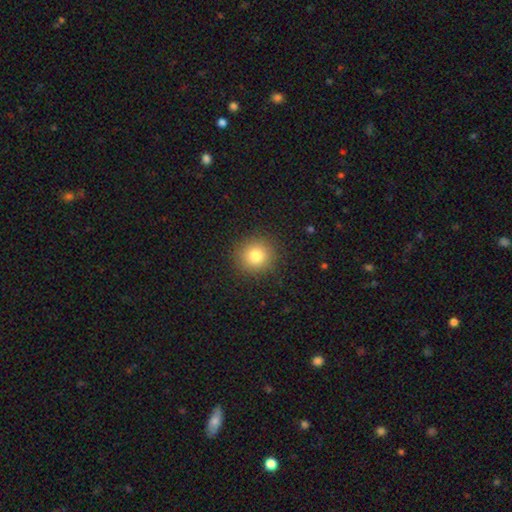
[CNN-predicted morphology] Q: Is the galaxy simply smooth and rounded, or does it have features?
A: smooth — 81%.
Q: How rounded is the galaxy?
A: round — 92%.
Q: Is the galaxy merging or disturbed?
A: none — 90%.